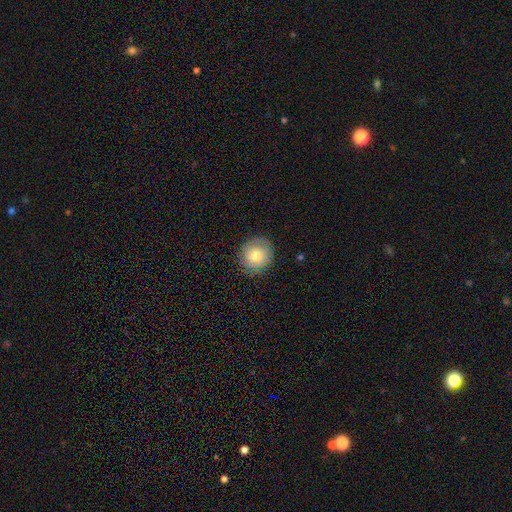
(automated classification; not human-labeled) Morphology: type=smooth (70%); roundness=round (85%); merging=none (83%).